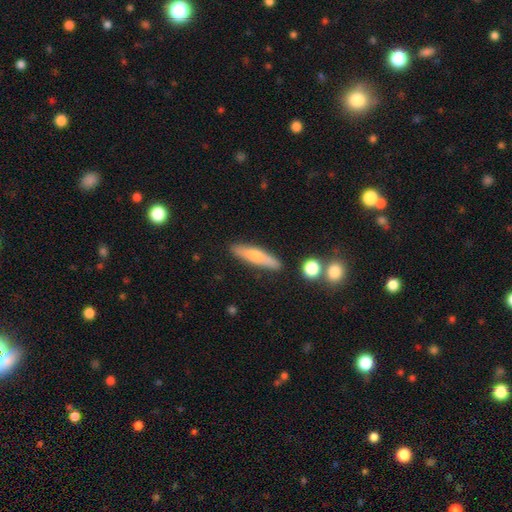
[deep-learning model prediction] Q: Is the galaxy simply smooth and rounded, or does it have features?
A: smooth — 50%.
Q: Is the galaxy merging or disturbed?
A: none — 82%.